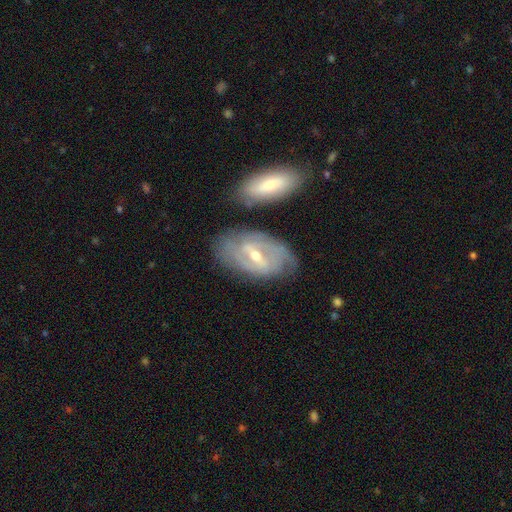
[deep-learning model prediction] A featured or disk galaxy (79%) with a strong bar (45%), 2 (57%) tight (49%) spiral arms (82%) and a moderate central bulge (53%). Merging: none (71%).